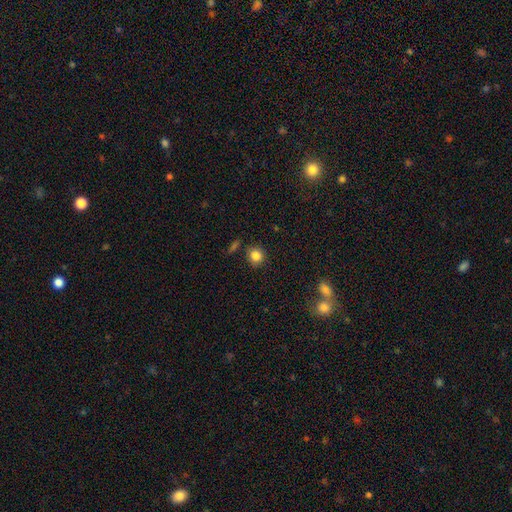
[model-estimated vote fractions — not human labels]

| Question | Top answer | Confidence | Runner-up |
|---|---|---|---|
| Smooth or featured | smooth | 84% | star or artifact (11%) |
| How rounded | round | 84% | in between (15%) |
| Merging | none | 82% | minor disturbance (10%) |